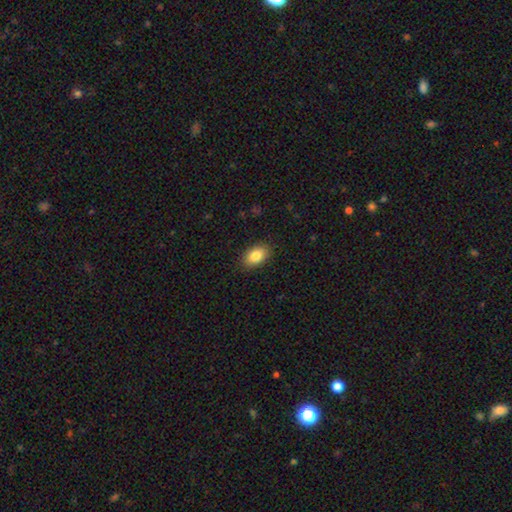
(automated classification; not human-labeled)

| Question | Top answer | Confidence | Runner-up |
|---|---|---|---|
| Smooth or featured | smooth | 86% | star or artifact (8%) |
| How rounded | in between | 88% | round (10%) |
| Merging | none | 88% | minor disturbance (9%) |